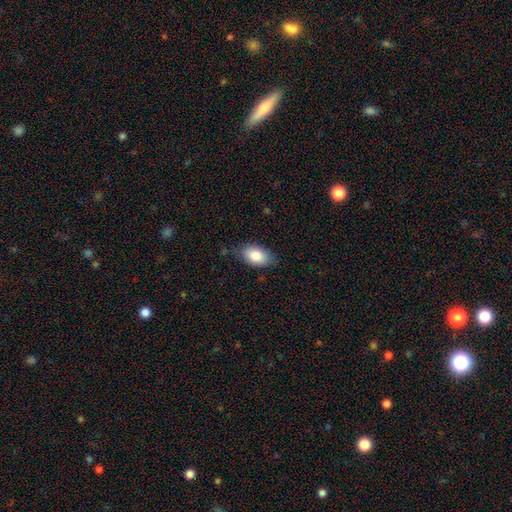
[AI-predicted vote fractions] Smooth or featured? smooth (84%)
How rounded? in between (92%)
Merging? none (76%)